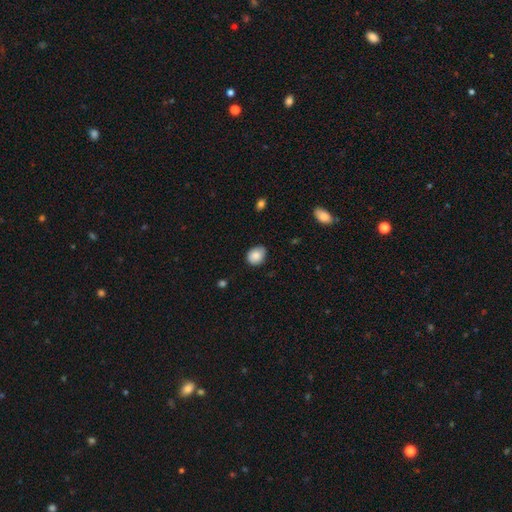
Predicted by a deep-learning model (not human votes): A smooth galaxy with no disk features (86%) that is round (55%). Merging: none (75%).